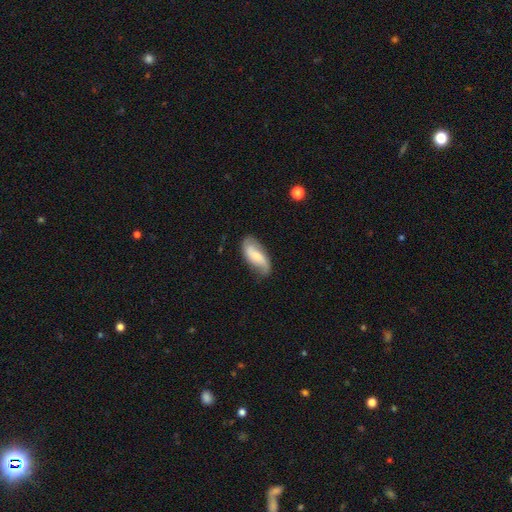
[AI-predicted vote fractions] smooth-or-featured: featured or disk: 54% | smooth: 40% | star or artifact: 6%
  disk-edge-on: no: 91% | yes: 9%
  merging: none: 70% | minor disturbance: 22% | major disturbance: 6% | merger: 2%